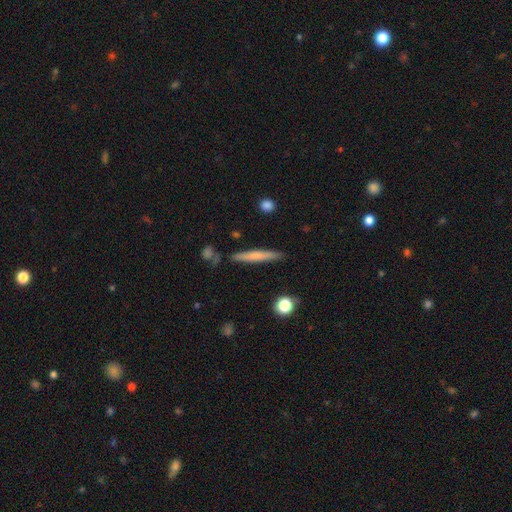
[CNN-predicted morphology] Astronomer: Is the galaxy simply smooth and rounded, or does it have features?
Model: smooth — 58% (runner-up: featured or disk, 36%).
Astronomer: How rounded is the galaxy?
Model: cigar-shaped — 94%.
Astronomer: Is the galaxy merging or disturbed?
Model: none — 85%.